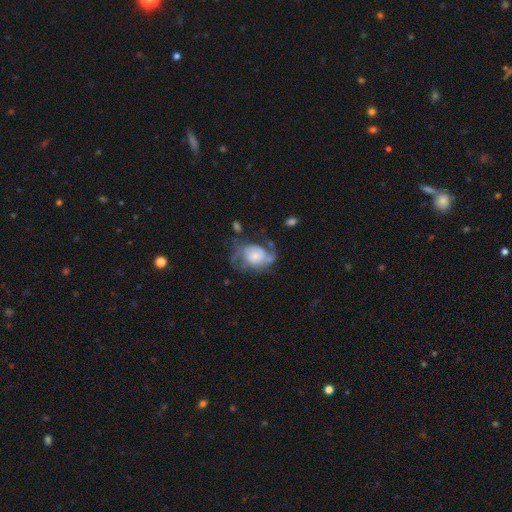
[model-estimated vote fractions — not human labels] Smooth or featured?
  - featured or disk: 69% *
  - smooth: 24%
  - star or artifact: 7%
Edge-on disk?
  - no: 97% *
  - yes: 3%
Bar?
  - no: 70% *
  - weak: 25%
  - strong: 5%
Spiral arms?
  - yes: 85% *
  - no: 15%
Spiral winding?
  - medium: 42% *
  - loose: 34%
  - tight: 24%
Spiral arm count?
  - 2: 57% *
  - can't tell: 18%
  - 1: 12%
  - 3: 8%
  - 4: 3%
  - more than 4: 3%
Bulge size?
  - small: 41% *
  - moderate: 29%
  - large: 16%
  - none: 10%
  - dominant: 4%
Merging?
  - none: 40% *
  - major disturbance: 31%
  - minor disturbance: 24%
  - merger: 4%